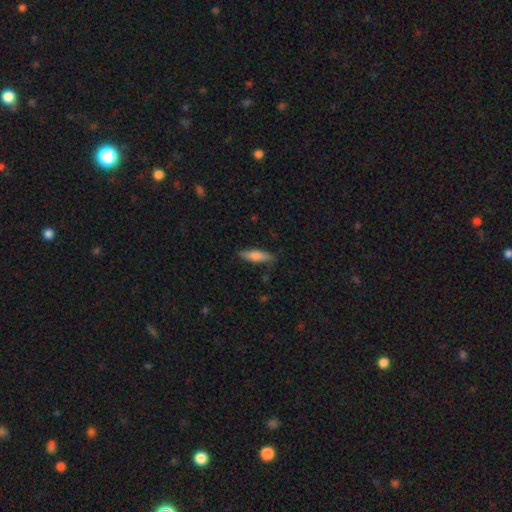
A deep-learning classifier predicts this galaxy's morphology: smooth_or_featured: smooth (p=0.76) [alt: featured or disk p=0.18]
how_rounded: cigar-shaped (p=0.55) [alt: in between p=0.43]
merging: none (p=0.79) [alt: minor disturbance p=0.16]